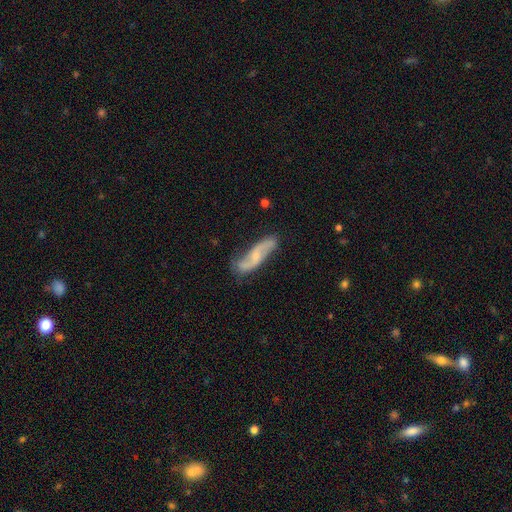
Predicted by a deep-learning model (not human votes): Smooth or featured? Predicted: featured or disk (p=0.69). Edge-on disk? Predicted: no (p=0.86). Bar? Predicted: no (p=0.50). Spiral arms? Predicted: yes (p=0.91). Spiral winding? Predicted: loose (p=0.63). Spiral arm count? Predicted: 2 (p=0.89). Bulge size? Predicted: small (p=0.51). Merging? Predicted: none (p=0.67).